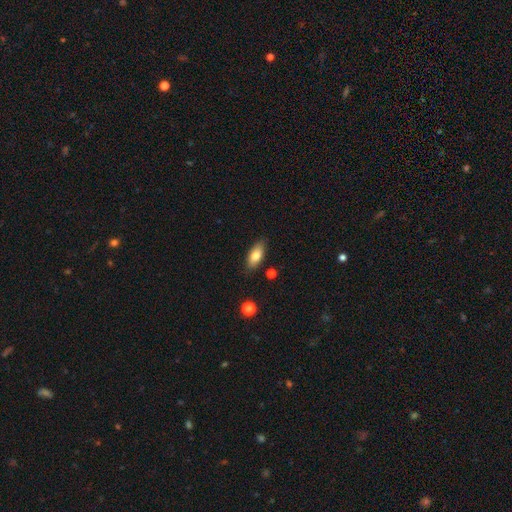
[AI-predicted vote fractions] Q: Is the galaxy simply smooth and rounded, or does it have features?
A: smooth — 78%.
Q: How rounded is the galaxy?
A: in between — 85%.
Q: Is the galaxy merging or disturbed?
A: none — 84%.